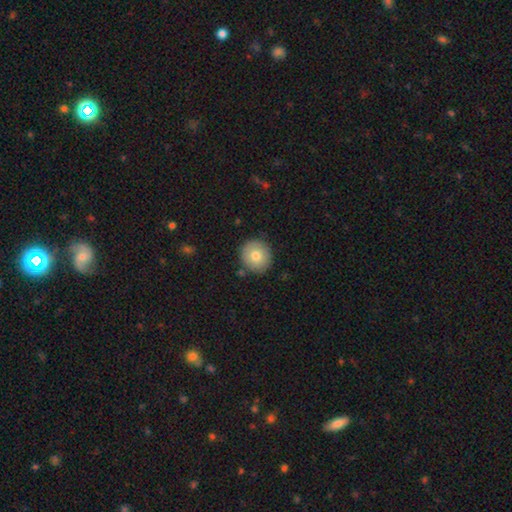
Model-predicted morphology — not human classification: This is likely a smooth galaxy (77%). How rounded: clearly round (93%). Merging: clearly none (88%).